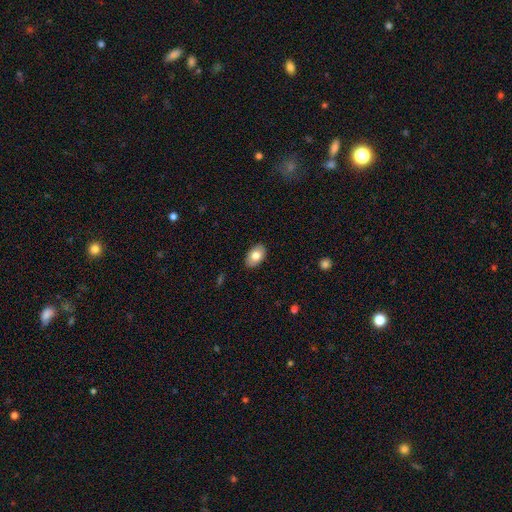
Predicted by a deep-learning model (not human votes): This appears to be a smooth galaxy with no disk features (79%) that is in between round and cigar-shaped (91%). Merging: none (88%).